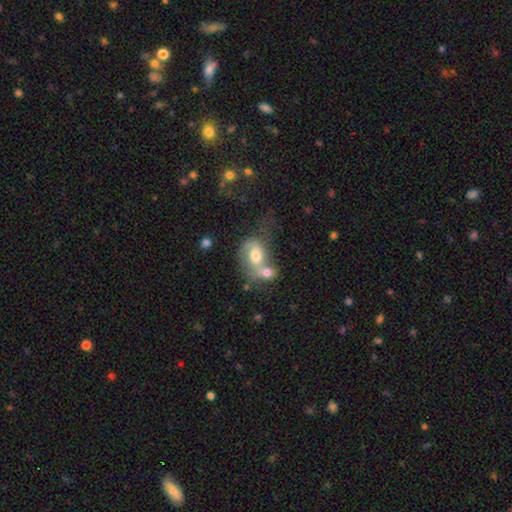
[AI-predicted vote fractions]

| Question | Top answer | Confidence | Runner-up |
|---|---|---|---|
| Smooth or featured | smooth | 50% | featured or disk (41%) |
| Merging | merger | 64% | none (16%) |